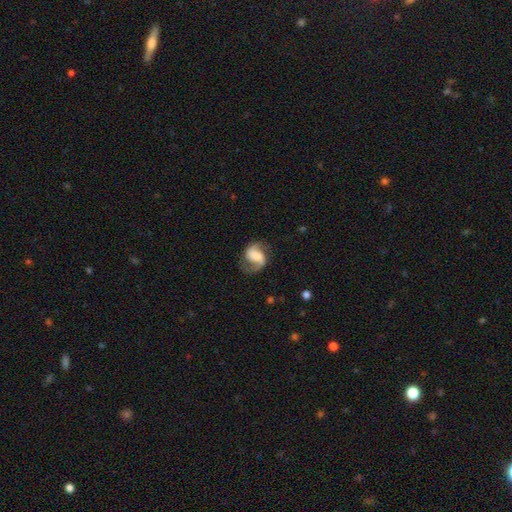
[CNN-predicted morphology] This appears to be a featured or disk galaxy (81%) with a weak bar (40%), 2 (90%) loose (45%) spiral arms (95%) and no central bulge (27%). Merging: none (73%).